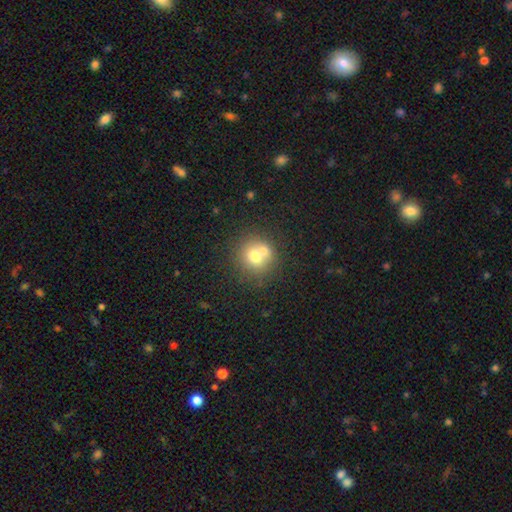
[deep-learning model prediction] The model was most divided on "merging": none: 49%, merger: 40%, minor disturbance: 8%, major disturbance: 3%. More confident: how rounded — round (86%); smooth or featured — smooth (68%).